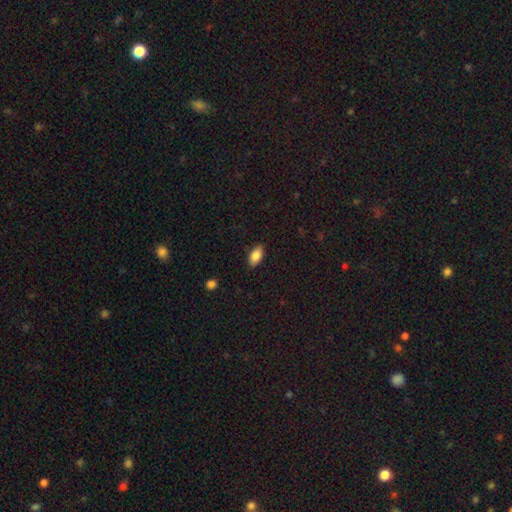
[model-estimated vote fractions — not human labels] smooth-or-featured: smooth: 84% | featured or disk: 9% | star or artifact: 7%
  how-rounded: in between: 91% | cigar-shaped: 5% | round: 4%
  merging: none: 87% | minor disturbance: 10% | major disturbance: 2% | merger: 1%